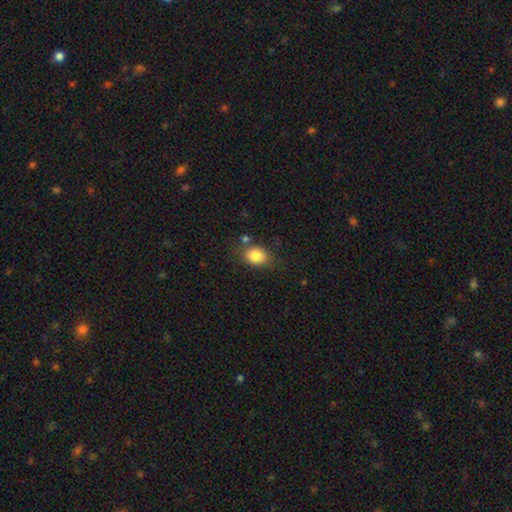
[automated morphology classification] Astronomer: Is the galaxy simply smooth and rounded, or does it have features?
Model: smooth — 85%.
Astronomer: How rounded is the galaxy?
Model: in between — 64%.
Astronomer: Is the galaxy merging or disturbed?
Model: none — 74%.